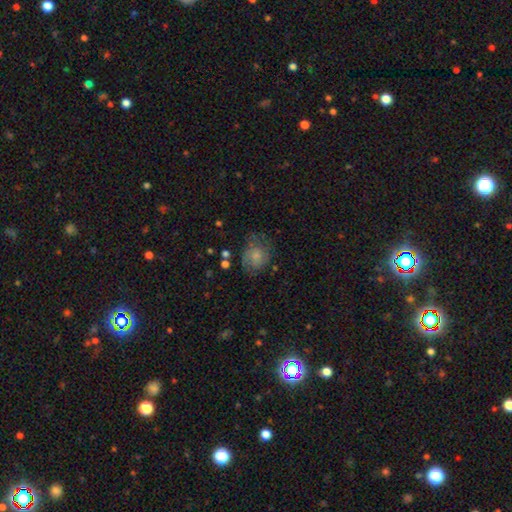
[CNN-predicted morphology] smooth 65%, featured or disk 26%, star or artifact 9%. Down the decision tree: how rounded — round (67%); merging — none (58%).